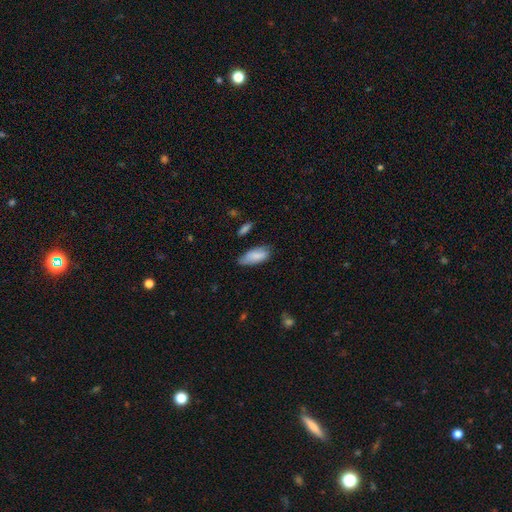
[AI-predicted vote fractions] A smooth galaxy with no disk features (82%) that is in between round and cigar-shaped (83%).

Vote fractions:
- Smooth or featured? smooth: 82% / featured or disk: 11% / star or artifact: 6%
- How rounded? in between: 83% / cigar-shaped: 15% / round: 2%
- Merging? none: 59% / minor disturbance: 32% / major disturbance: 6% / merger: 3%